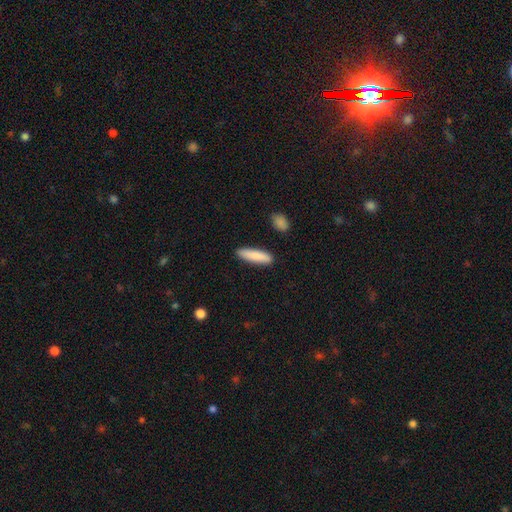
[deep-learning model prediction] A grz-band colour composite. It shows a smooth galaxy with no disk features (86%) that is cigar-shaped (73%). Merging: none (89%).